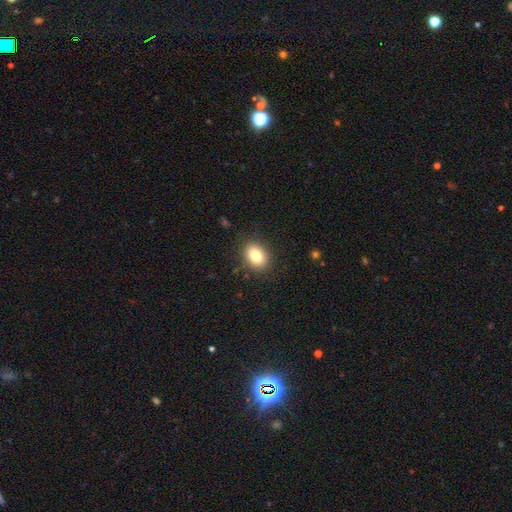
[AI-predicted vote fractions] Smooth or featured?
  - smooth: 83% *
  - star or artifact: 9%
  - featured or disk: 8%
How rounded?
  - in between: 69% *
  - round: 30%
  - cigar-shaped: 1%
Merging?
  - none: 86% *
  - minor disturbance: 10%
  - major disturbance: 3%
  - merger: 1%